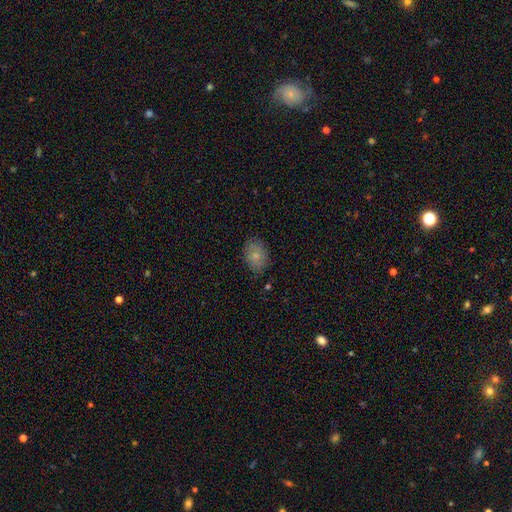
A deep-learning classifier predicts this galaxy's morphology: Q: Smooth or featured?
A: smooth (79%); runner-up: featured or disk (12%)
Q: How rounded?
A: in between (71%); runner-up: round (28%)
Q: Merging?
A: none (80%); runner-up: minor disturbance (16%)